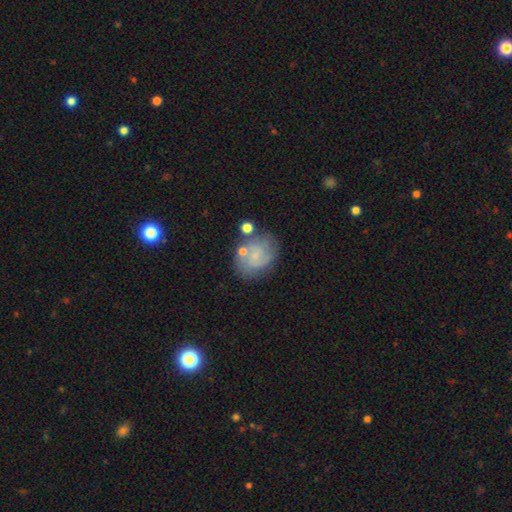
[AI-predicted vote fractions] Q: Smooth or featured?
A: featured or disk (54%); runner-up: smooth (36%)
Q: Edge-on disk?
A: no (98%); runner-up: yes (2%)
Q: Bar?
A: no (66%); runner-up: weak (29%)
Q: Spiral arms?
A: yes (80%); runner-up: no (20%)
Q: Bulge size?
A: small (58%); runner-up: none (29%)
Q: Merging?
A: none (62%); runner-up: minor disturbance (20%)